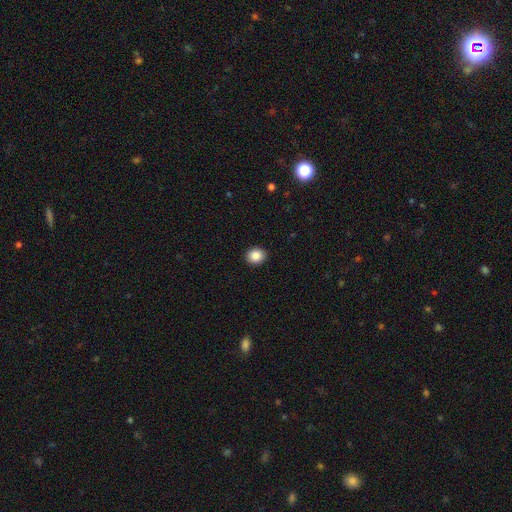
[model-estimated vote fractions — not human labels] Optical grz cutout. It shows a smooth galaxy with no disk features (87%) that is round (70%). Merging: none (92%).